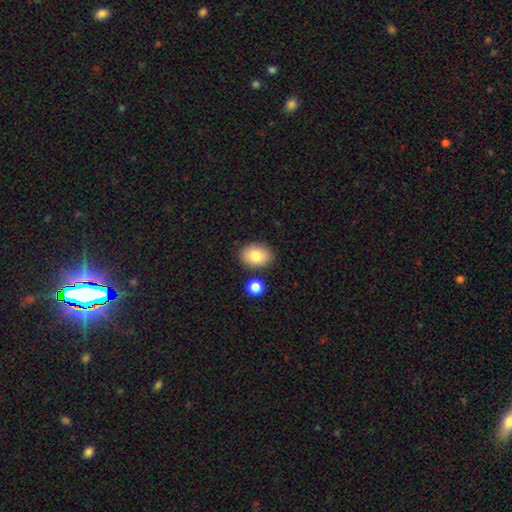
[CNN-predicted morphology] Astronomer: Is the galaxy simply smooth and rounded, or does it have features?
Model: smooth — 82%.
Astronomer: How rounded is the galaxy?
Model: in between — 76%.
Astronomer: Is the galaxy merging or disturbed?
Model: none — 82%.